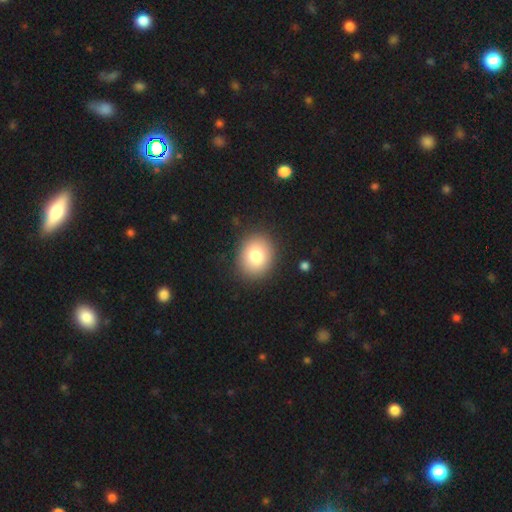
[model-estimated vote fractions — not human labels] Smooth or featured? Predicted: smooth (p=0.80). How rounded? Predicted: round (p=0.59). Merging? Predicted: none (p=0.89).